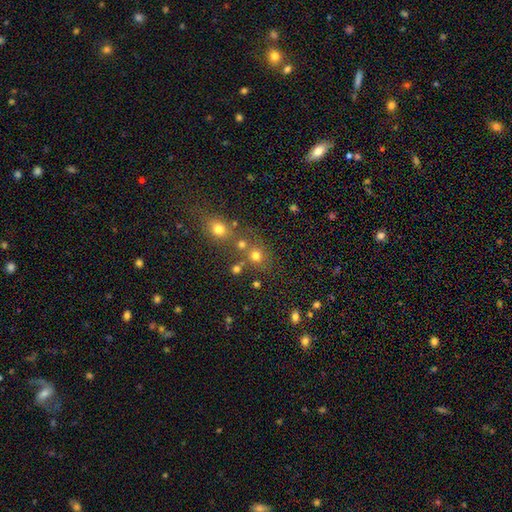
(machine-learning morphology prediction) smooth_or_featured: smooth (p=0.71) [alt: star or artifact p=0.19]
how_rounded: round (p=0.82) [alt: in between p=0.17]
merging: none (p=0.58) [alt: merger p=0.27]